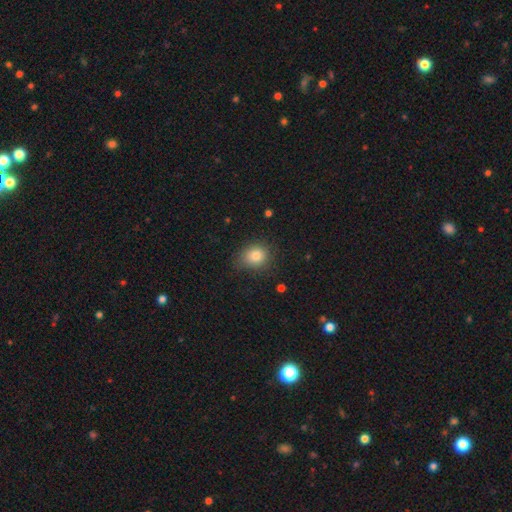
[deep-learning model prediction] A smooth galaxy with no disk features (82%) that is round (63%).

Vote fractions:
- Smooth or featured? smooth: 82% / star or artifact: 11% / featured or disk: 7%
- How rounded? round: 63% / in between: 36% / cigar-shaped: 1%
- Merging? none: 73% / minor disturbance: 21% / major disturbance: 5% / merger: 2%